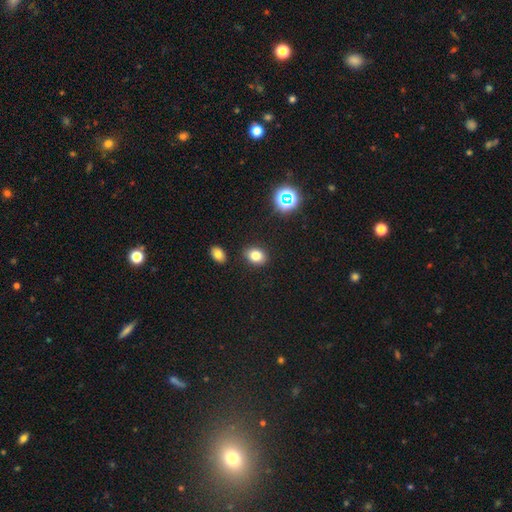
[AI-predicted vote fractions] A smooth galaxy with no disk features (79%) that is in between round and cigar-shaped (62%).

Vote fractions:
- Smooth or featured? smooth: 79% / star or artifact: 14% / featured or disk: 7%
- How rounded? in between: 62% / round: 37% / cigar-shaped: 1%
- Merging? none: 86% / minor disturbance: 8% / merger: 4% / major disturbance: 3%